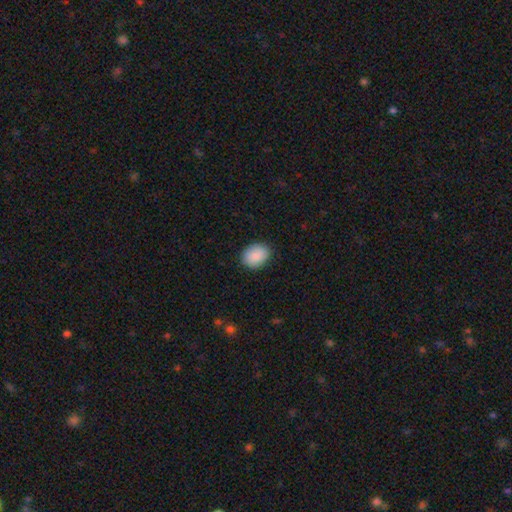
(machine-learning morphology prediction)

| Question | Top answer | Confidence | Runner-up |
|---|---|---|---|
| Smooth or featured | smooth | 89% | star or artifact (7%) |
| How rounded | in between | 61% | round (38%) |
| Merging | none | 86% | minor disturbance (11%) |